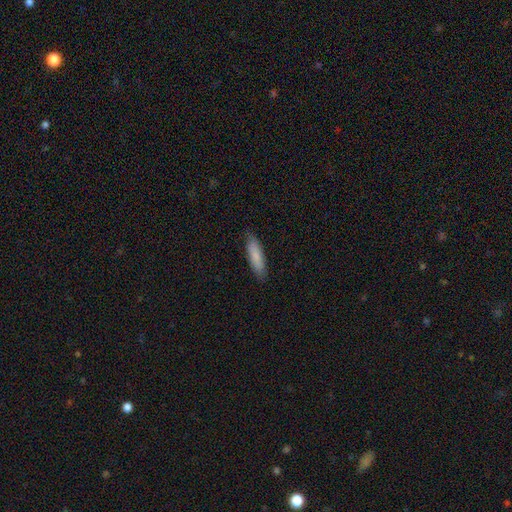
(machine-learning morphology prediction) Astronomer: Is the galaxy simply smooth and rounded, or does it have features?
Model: smooth — 82%.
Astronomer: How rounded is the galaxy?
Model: cigar-shaped — 66%.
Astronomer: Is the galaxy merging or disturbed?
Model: none — 86%.